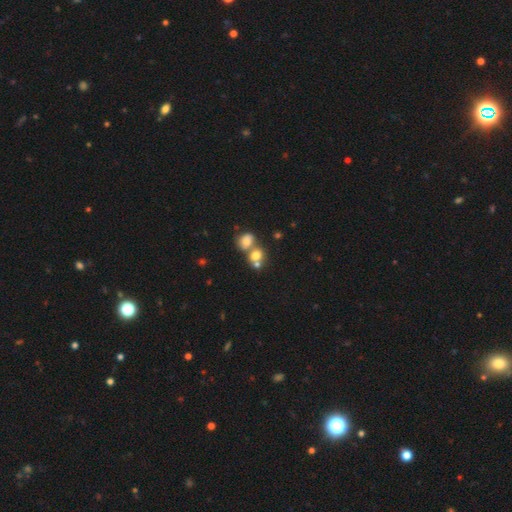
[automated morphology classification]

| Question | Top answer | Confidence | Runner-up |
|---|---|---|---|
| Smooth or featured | smooth | 71% | featured or disk (15%) |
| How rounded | round | 63% | in between (36%) |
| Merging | merger | 55% | none (33%) |